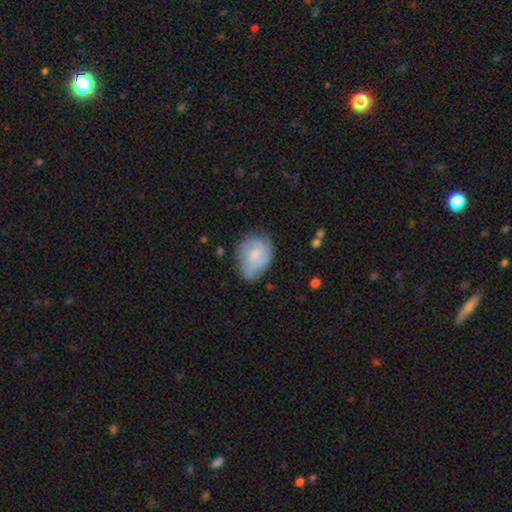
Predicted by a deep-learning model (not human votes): Smooth or featured?
  - smooth: 55% *
  - featured or disk: 38%
  - star or artifact: 7%
How rounded?
  - in between: 61% *
  - round: 38%
  - cigar-shaped: 1%
Merging?
  - none: 52% *
  - minor disturbance: 33%
  - major disturbance: 12%
  - merger: 3%